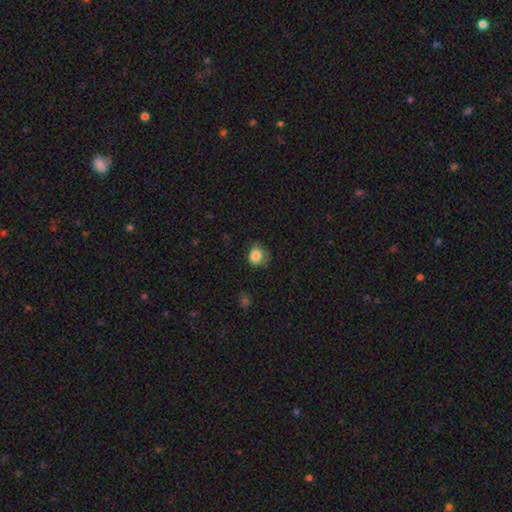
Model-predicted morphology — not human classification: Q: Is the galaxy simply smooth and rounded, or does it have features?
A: smooth — 82%.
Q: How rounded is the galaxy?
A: round — 69%.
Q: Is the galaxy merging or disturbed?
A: none — 53%.